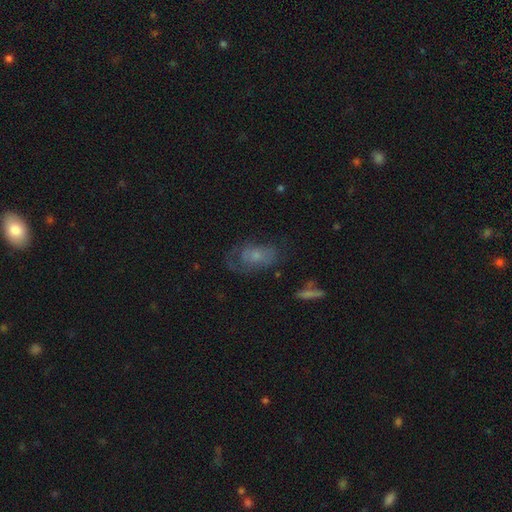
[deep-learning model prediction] This is marginally a featured or disk galaxy (44%). Merging: possibly none (50%).